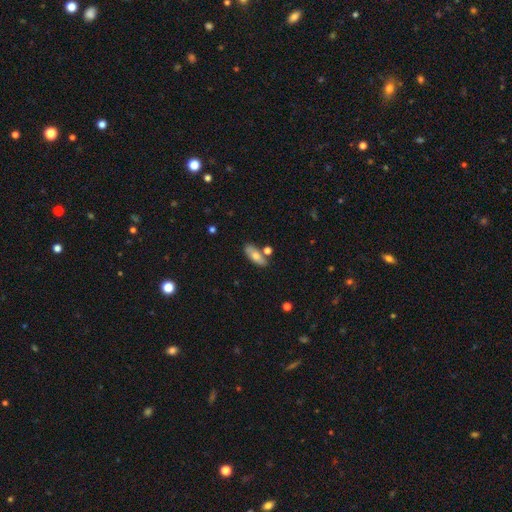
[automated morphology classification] Q: Smooth or featured?
A: smooth (68%); runner-up: featured or disk (25%)
Q: How rounded?
A: in between (75%); runner-up: cigar-shaped (22%)
Q: Merging?
A: none (73%); runner-up: minor disturbance (13%)